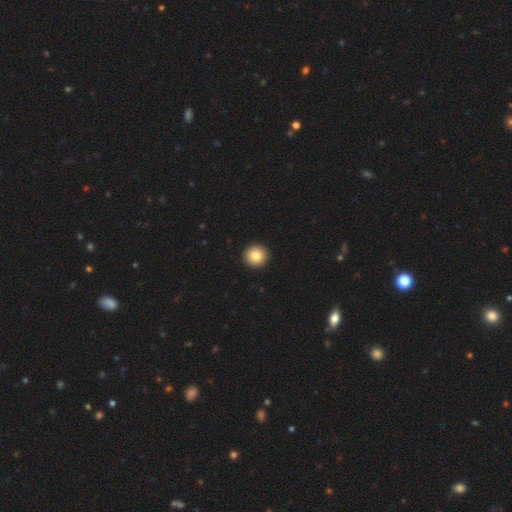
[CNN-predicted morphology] This appears to be a smooth galaxy with no disk features (83%) that is round (96%). Merging: none (94%).